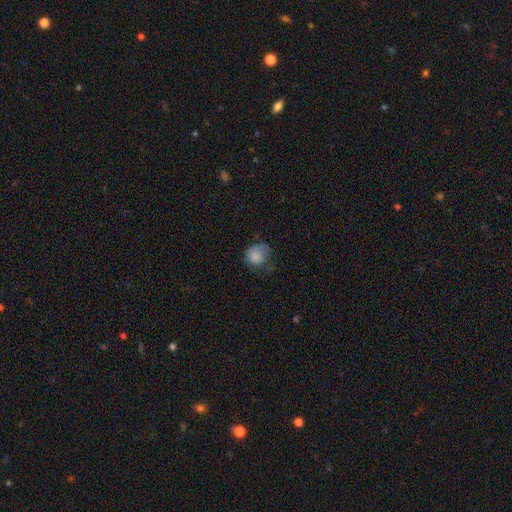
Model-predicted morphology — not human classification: A smooth galaxy with no disk features (80%) that is round (66%). Merging: none (41%).